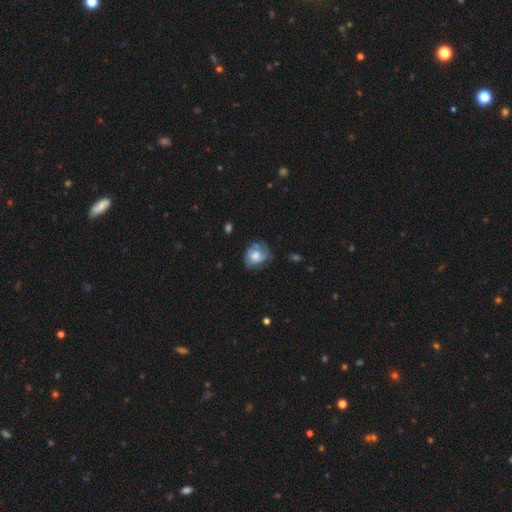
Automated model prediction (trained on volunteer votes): The model was most divided on "merging": none: 52%, minor disturbance: 30%, major disturbance: 15%, merger: 3%. More confident: how rounded — round (62%); smooth or featured — smooth (58%).